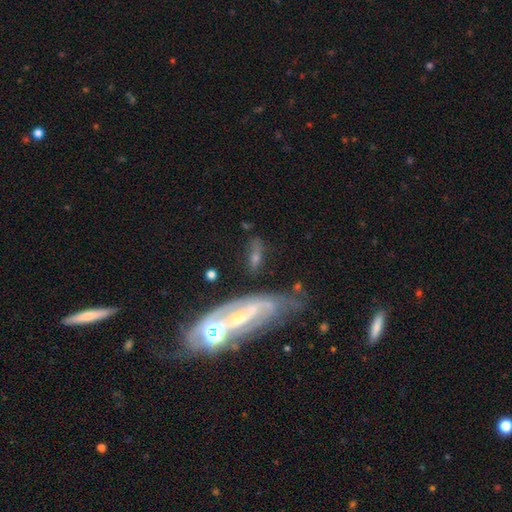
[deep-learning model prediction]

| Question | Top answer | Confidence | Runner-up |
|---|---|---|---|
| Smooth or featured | featured or disk | 55% | smooth (34%) |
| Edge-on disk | no | 77% | yes (23%) |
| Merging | none | 48% | minor disturbance (24%) |